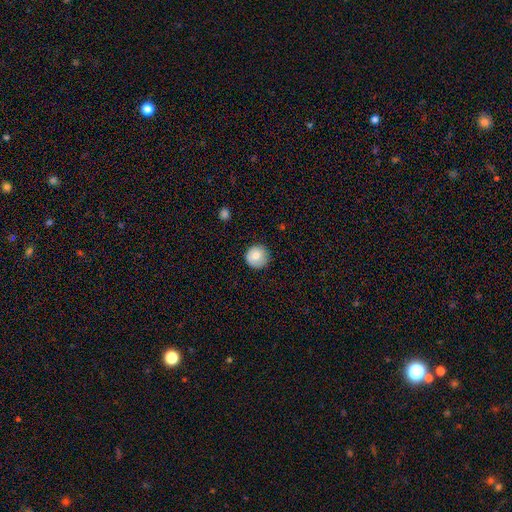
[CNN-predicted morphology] smooth-or-featured: smooth: 79% | featured or disk: 13% | star or artifact: 8%
  how-rounded: round: 95% | in between: 4% | cigar-shaped: 1%
  merging: none: 87% | minor disturbance: 10% | major disturbance: 2% | merger: 1%